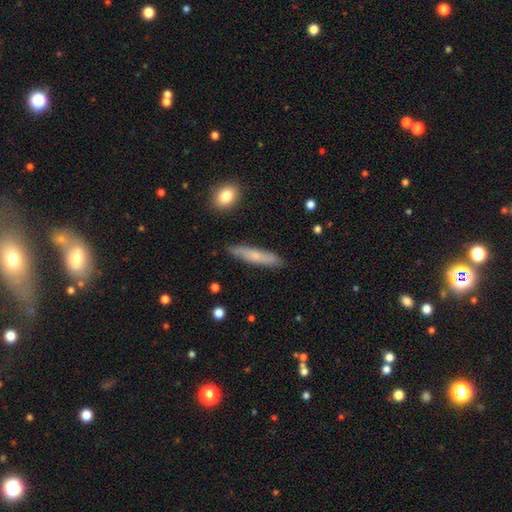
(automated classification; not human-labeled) A smooth galaxy with no disk features (60%) that is cigar-shaped (88%). Merging: none (86%).